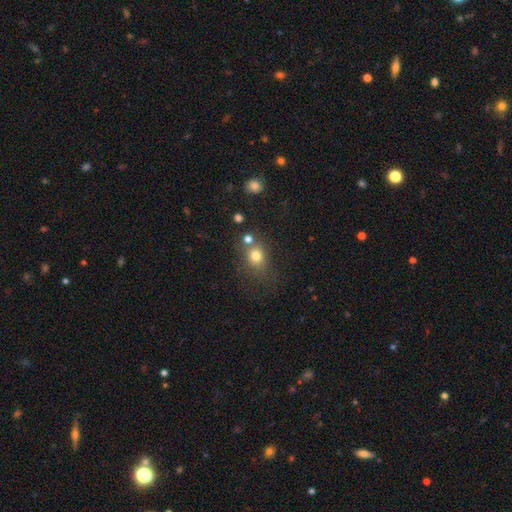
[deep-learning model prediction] Smooth or featured?
  - smooth: 75% *
  - star or artifact: 15%
  - featured or disk: 10%
How rounded?
  - round: 69% *
  - in between: 29%
  - cigar-shaped: 1%
Merging?
  - none: 61% *
  - merger: 18%
  - minor disturbance: 14%
  - major disturbance: 7%